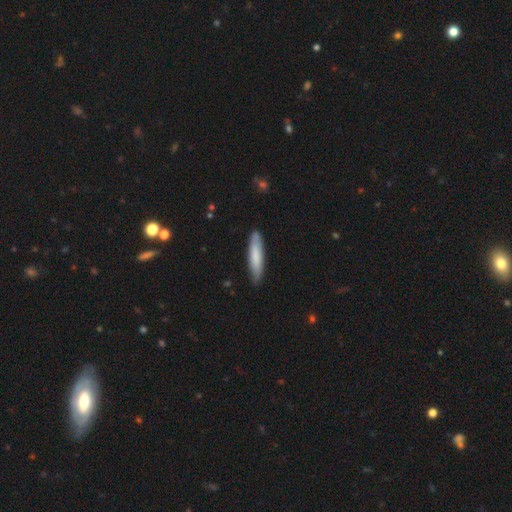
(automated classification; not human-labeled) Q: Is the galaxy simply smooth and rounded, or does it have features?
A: smooth — 75%.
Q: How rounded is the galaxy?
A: cigar-shaped — 83%.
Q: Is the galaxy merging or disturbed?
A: none — 84%.